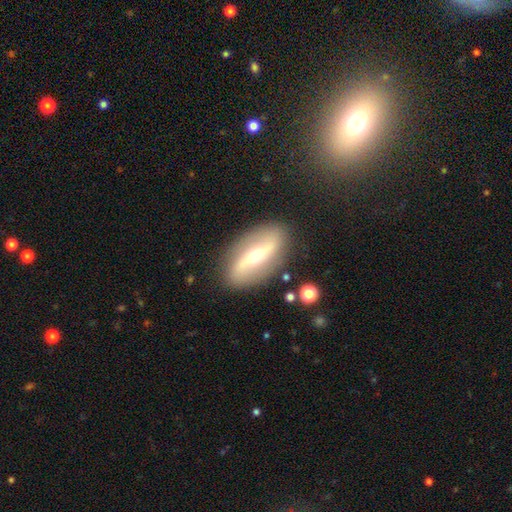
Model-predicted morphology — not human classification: Smooth or featured? featured or disk (73%)
Edge-on disk? no (77%)
Bar? strong (55%)
Spiral arms? yes (66%)
Bulge size? moderate (55%)
Merging? none (86%)